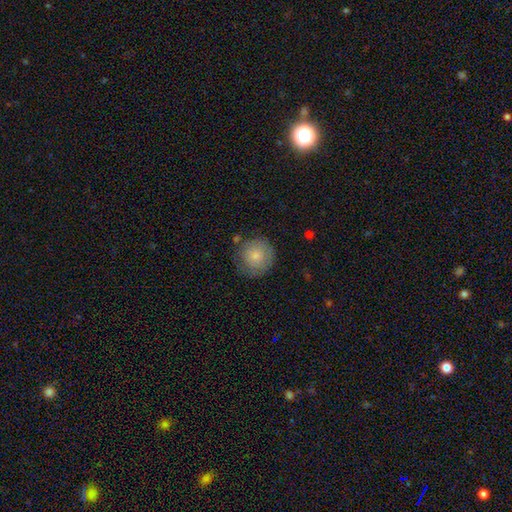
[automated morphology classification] smooth-or-featured: smooth: 78% | featured or disk: 15% | star or artifact: 7%
  how-rounded: round: 93% | in between: 6% | cigar-shaped: 1%
  merging: none: 76% | minor disturbance: 16% | major disturbance: 5% | merger: 3%